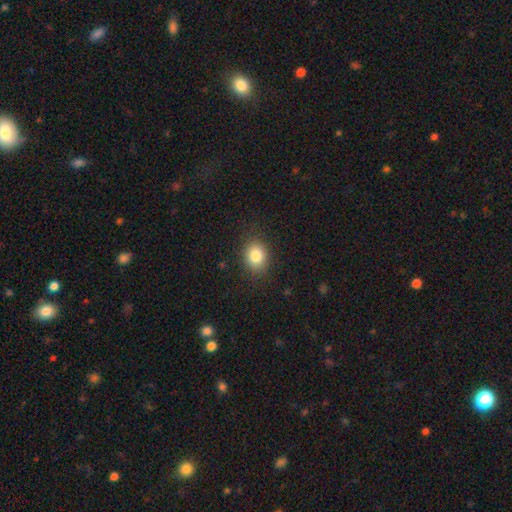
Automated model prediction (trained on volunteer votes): Smooth or featured? smooth (83%)
How rounded? in between (53%)
Merging? none (85%)